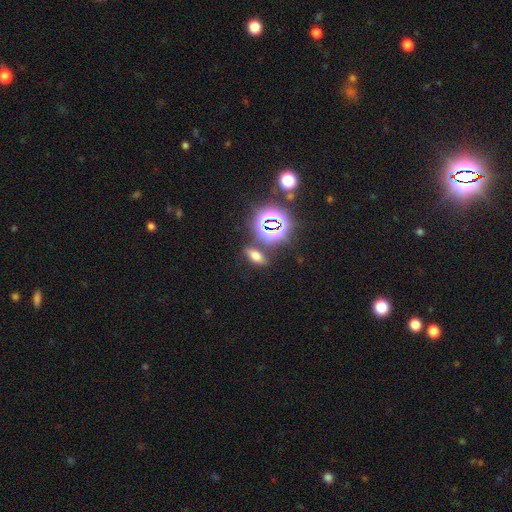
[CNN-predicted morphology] A smooth galaxy with no disk features (55%) that is in between round and cigar-shaped (68%). Merging: none (79%).